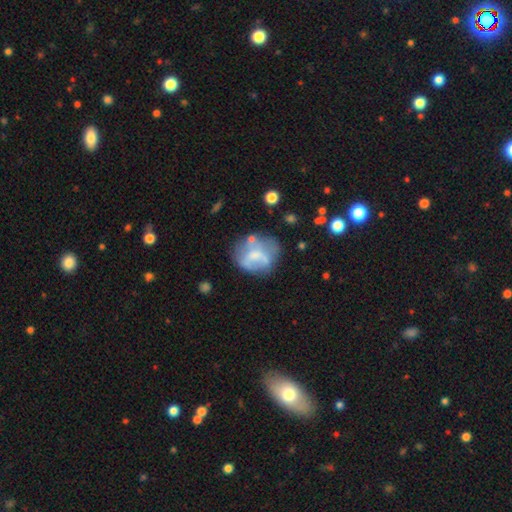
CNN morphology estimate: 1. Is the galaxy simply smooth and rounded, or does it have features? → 46% smooth, 45% featured or disk, 9% star or artifact.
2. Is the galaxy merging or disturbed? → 43% none, 26% minor disturbance, 21% major disturbance, 11% merger.